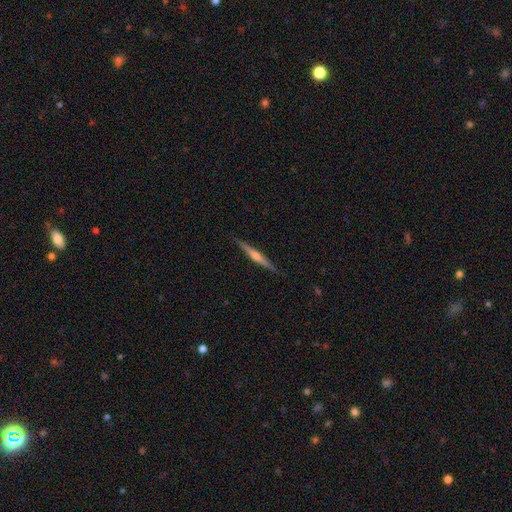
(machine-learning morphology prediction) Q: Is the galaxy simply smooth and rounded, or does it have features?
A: featured or disk — 71%.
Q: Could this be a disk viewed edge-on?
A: yes — 98%.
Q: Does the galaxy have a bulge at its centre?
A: rounded — 73%.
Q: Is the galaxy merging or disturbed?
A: none — 90%.